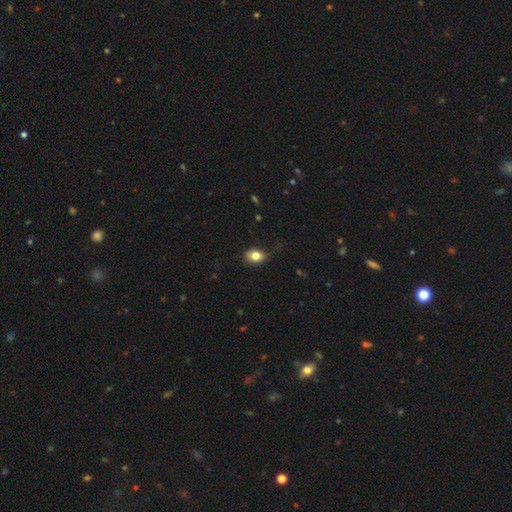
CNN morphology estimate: Smooth or featured: smooth — 81% (featured or disk — 10%)
How rounded: in between — 67% (round — 32%)
Merging: none — 70% (minor disturbance — 23%)